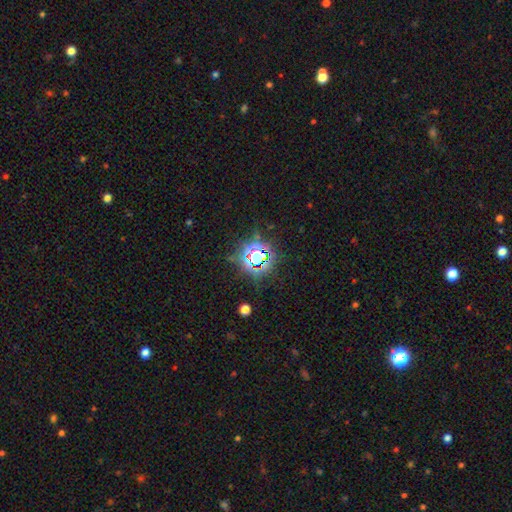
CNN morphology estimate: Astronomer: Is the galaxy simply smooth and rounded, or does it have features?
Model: star or artifact — 80%.